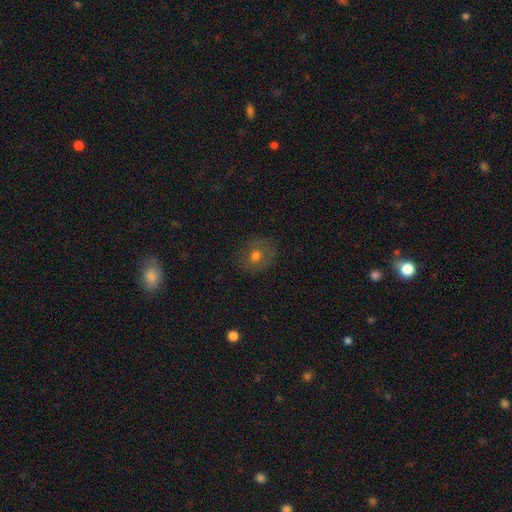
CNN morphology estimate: A smooth galaxy with no disk features (55%) that is round (70%). Merging: none (79%).